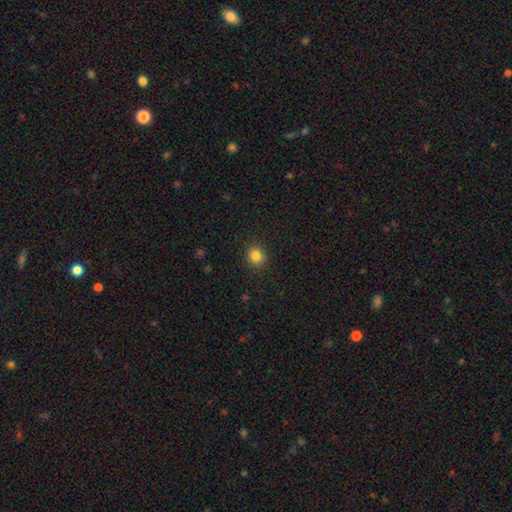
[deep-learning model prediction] Smooth or featured: smooth — 83% (star or artifact — 12%)
How rounded: round — 83% (in between — 17%)
Merging: none — 90% (minor disturbance — 7%)